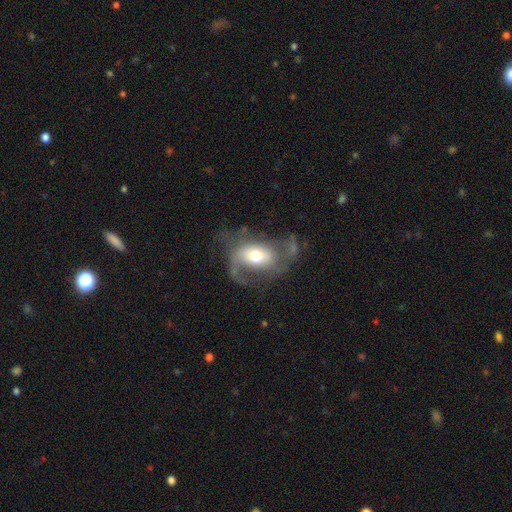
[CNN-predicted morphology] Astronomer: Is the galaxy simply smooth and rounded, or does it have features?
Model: featured or disk — 55% (runner-up: smooth, 37%).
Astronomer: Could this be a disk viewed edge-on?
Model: no — 95%.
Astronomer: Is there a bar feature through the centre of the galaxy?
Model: no — 65%.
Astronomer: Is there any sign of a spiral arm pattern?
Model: yes — 63%.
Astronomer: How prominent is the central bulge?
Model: moderate — 63%.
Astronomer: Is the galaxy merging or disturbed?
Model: major disturbance — 41% (runner-up: none, 33%).